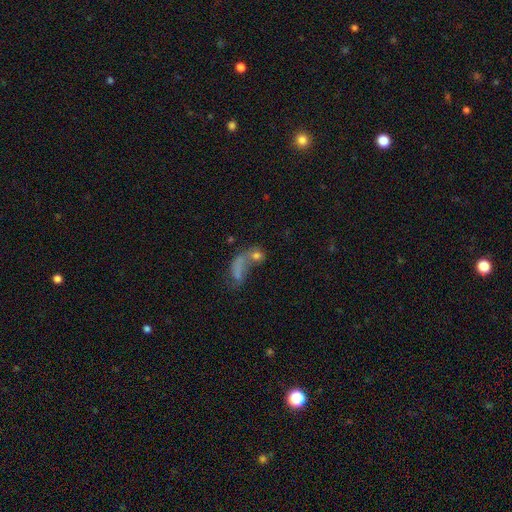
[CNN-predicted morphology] The model was most divided on "how rounded": in between: 58%, round: 34%, cigar-shaped: 8%. More confident: smooth or featured — smooth (61%); merging — merger (54%).